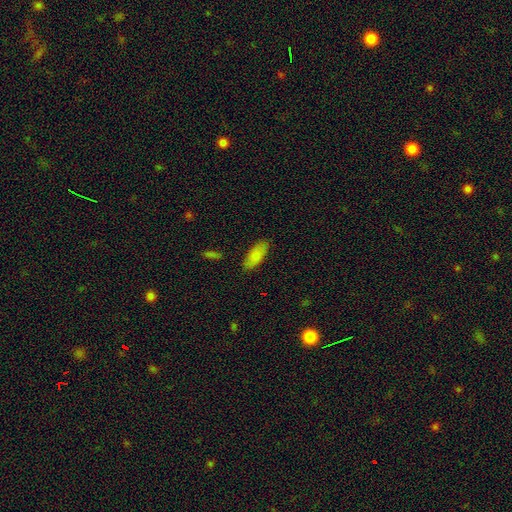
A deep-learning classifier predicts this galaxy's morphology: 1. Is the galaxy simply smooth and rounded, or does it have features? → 83% smooth, 10% featured or disk, 7% star or artifact.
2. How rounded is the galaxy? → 80% in between, 18% cigar-shaped, 2% round.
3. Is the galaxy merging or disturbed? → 85% none, 11% minor disturbance, 2% major disturbance, 2% merger.